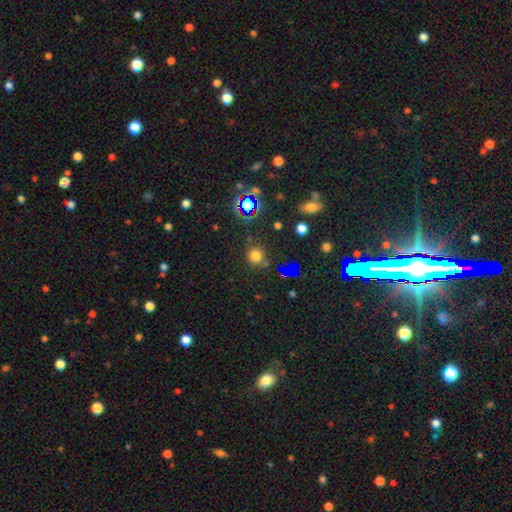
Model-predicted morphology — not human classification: Smooth or featured? smooth (67%)
How rounded? round (89%)
Merging? none (80%)